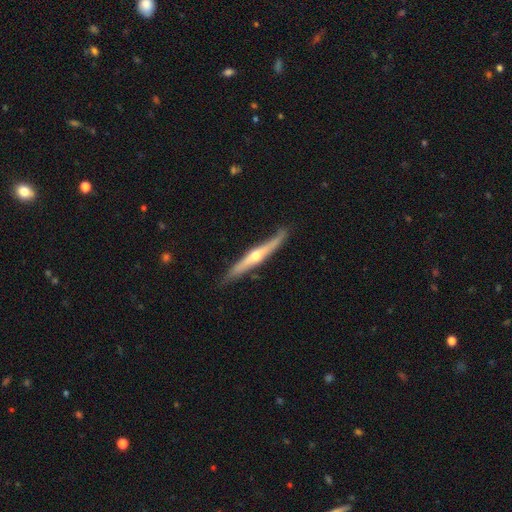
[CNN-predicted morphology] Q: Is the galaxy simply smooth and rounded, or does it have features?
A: featured or disk — 68%.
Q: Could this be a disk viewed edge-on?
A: yes — 94%.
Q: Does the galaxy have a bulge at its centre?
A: rounded — 89%.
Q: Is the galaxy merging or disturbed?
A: none — 81%.